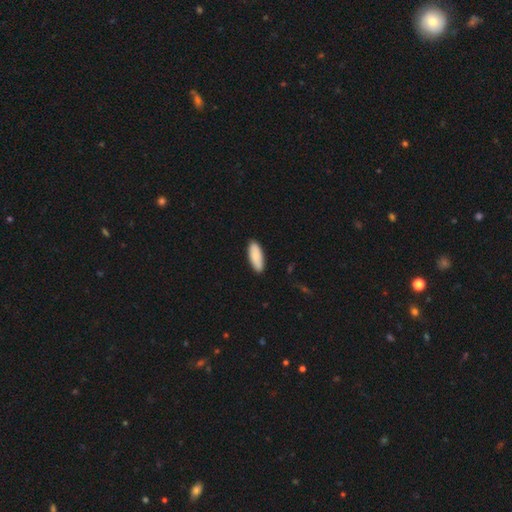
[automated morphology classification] Smooth or featured: smooth — 88% (featured or disk — 7%)
How rounded: in between — 73% (cigar-shaped — 26%)
Merging: none — 89% (minor disturbance — 9%)